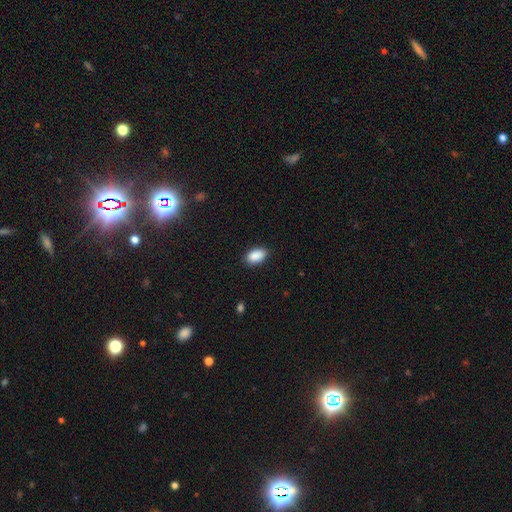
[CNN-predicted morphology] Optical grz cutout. It shows a smooth galaxy with no disk features (90%) that is in between round and cigar-shaped (93%). Merging: none (87%).